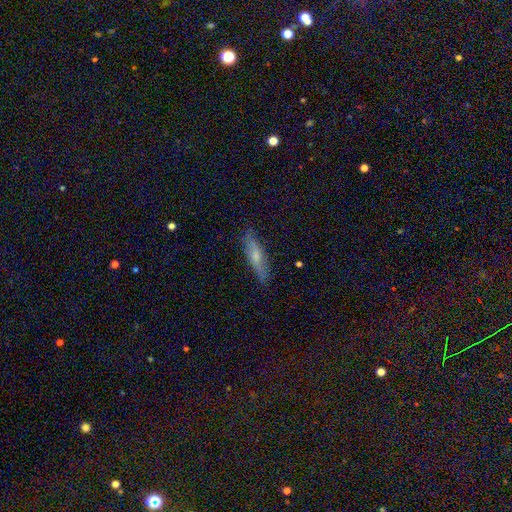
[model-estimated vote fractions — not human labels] Smooth or featured?
  - smooth: 55% *
  - featured or disk: 39%
  - star or artifact: 6%
How rounded?
  - cigar-shaped: 73% *
  - in between: 25%
  - round: 2%
Merging?
  - none: 82% *
  - minor disturbance: 14%
  - major disturbance: 3%
  - merger: 1%